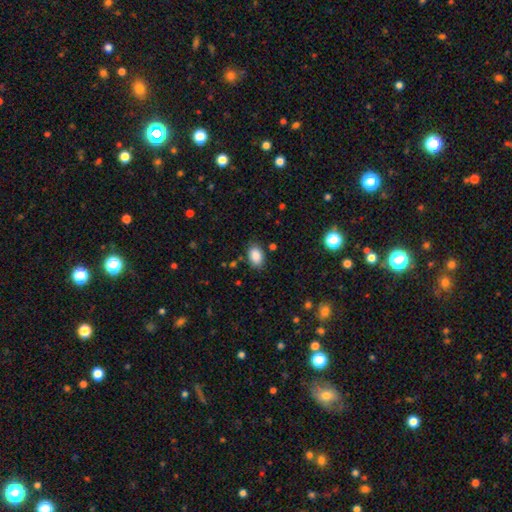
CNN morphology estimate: Overall: smooth (87%). How rounded: in between (85%). Merging: none (83%).